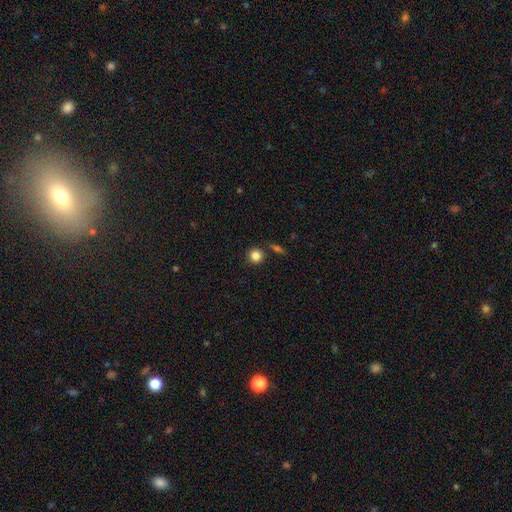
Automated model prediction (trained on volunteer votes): Smooth or featured: smooth — 84% (star or artifact — 11%)
How rounded: round — 93% (in between — 6%)
Merging: none — 84% (minor disturbance — 7%)